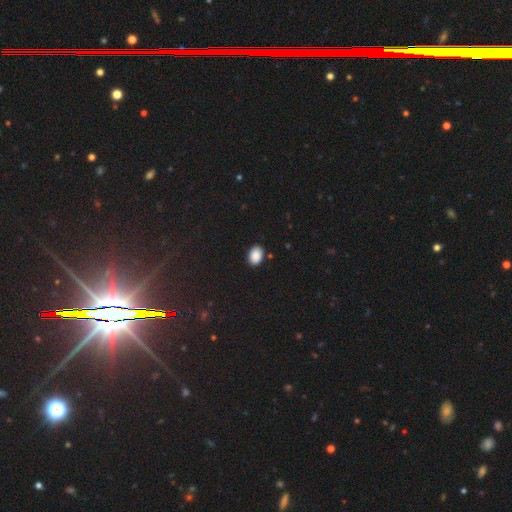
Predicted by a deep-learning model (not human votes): A smooth galaxy with no disk features (89%) that is in between round and cigar-shaped (77%).

Vote fractions:
- Smooth or featured? smooth: 89% / star or artifact: 8% / featured or disk: 3%
- How rounded? in between: 77% / round: 22% / cigar-shaped: 1%
- Merging? none: 88% / minor disturbance: 9% / major disturbance: 2% / merger: 1%